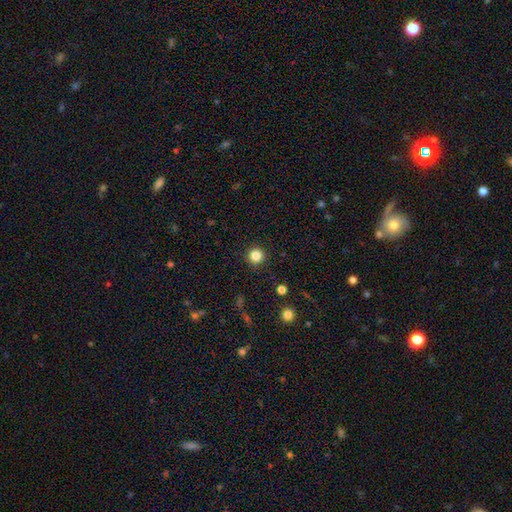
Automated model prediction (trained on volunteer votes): This appears to be a smooth galaxy with no disk features (84%) that is round (96%). Merging: none (92%).